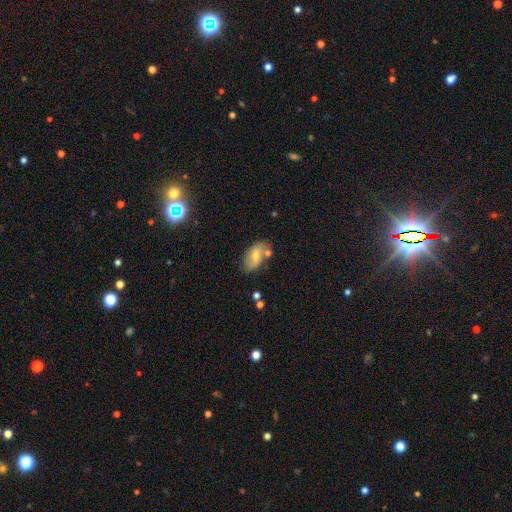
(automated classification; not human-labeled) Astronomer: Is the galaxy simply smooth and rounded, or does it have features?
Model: smooth — 50% (runner-up: featured or disk, 41%).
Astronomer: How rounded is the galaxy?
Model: in between — 89%.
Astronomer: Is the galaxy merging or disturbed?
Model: none — 68%.